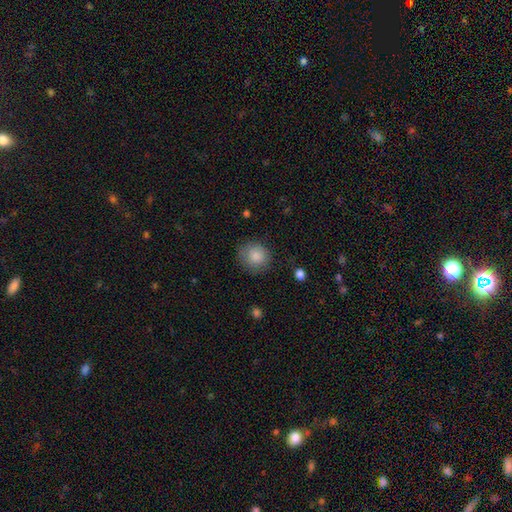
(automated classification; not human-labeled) Morphology: type=smooth (85%); roundness=round (87%); merging=none (80%).